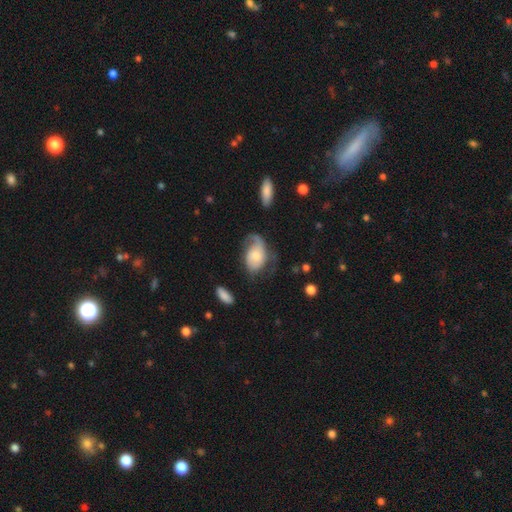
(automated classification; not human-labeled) This is possibly a featured or disk galaxy (56%). It is clearly not viewed edge-on (96%). Bar: likely no (72%). Spiral arm pattern: clearly yes (84%). Central bulge: marginally small (38%). Merging: marginally none (38%).